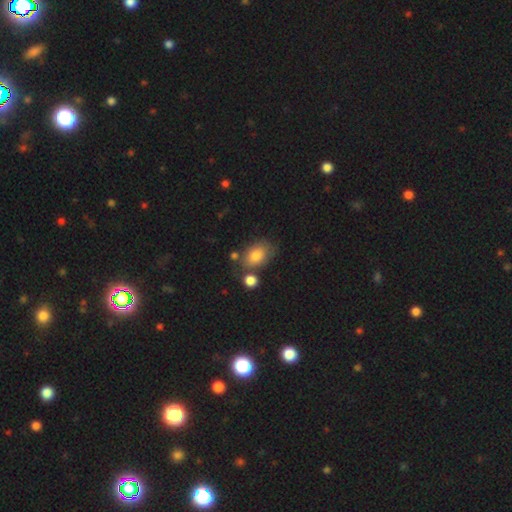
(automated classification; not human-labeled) The model was most divided on "merging": none: 59%, minor disturbance: 20%, merger: 14%, major disturbance: 6%. More confident: how rounded — in between (83%); smooth or featured — smooth (79%).